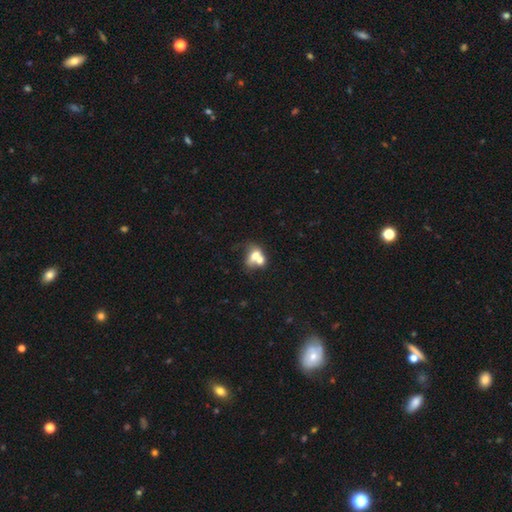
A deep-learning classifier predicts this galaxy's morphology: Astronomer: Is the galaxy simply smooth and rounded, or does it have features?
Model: smooth — 61%.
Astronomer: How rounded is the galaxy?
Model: in between — 58% (runner-up: round, 40%).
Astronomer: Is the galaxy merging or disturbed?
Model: merger — 67%.